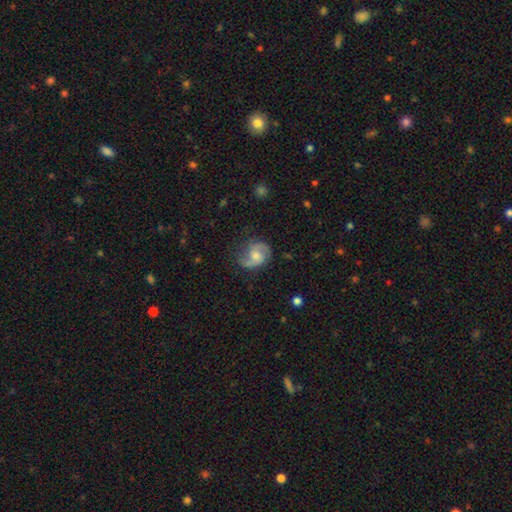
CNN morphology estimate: Smooth or featured: featured or disk — 71% (smooth — 22%)
Edge-on disk: no — 98% (yes — 2%)
Bar: no — 53% (weak — 40%)
Spiral arms: yes — 94% (no — 6%)
Spiral winding: medium — 48% (loose — 37%)
Spiral arm count: 2 — 86% (can't tell — 5%)
Bulge size: moderate — 48% (small — 34%)
Merging: none — 66% (minor disturbance — 22%)